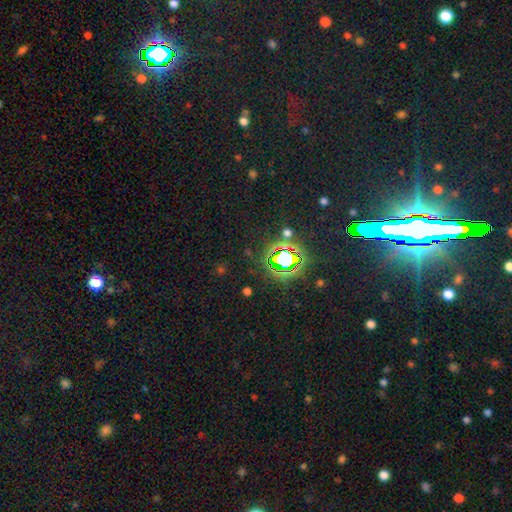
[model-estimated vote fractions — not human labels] Smooth or featured? star or artifact (83%)